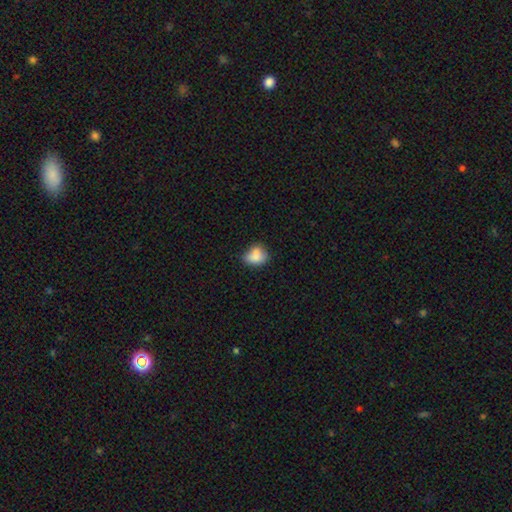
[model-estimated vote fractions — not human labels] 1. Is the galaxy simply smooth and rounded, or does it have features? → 79% smooth, 12% featured or disk, 10% star or artifact.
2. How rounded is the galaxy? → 57% in between, 41% round, 2% cigar-shaped.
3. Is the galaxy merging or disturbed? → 48% none, 29% minor disturbance, 15% merger, 8% major disturbance.